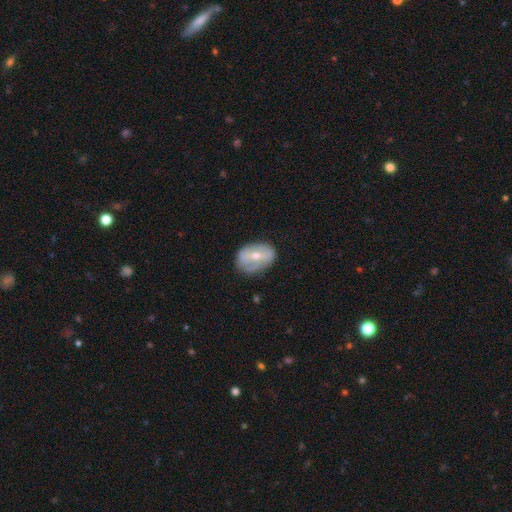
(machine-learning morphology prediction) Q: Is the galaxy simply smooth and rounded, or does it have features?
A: featured or disk — 52%.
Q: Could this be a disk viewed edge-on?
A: no — 93%.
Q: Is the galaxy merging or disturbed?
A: none — 61%.